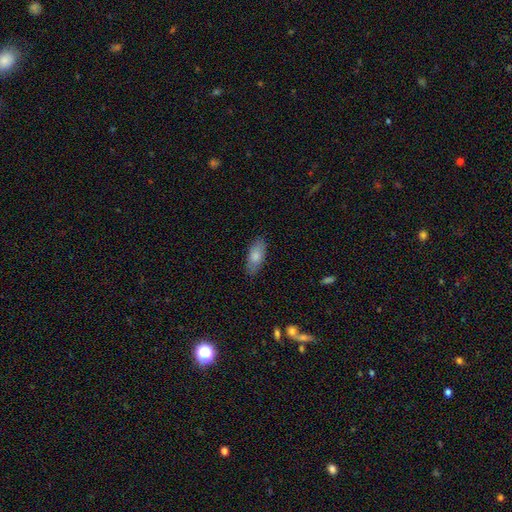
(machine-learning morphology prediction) type=smooth (79%); roundness=in between (86%); merging=none (83%).